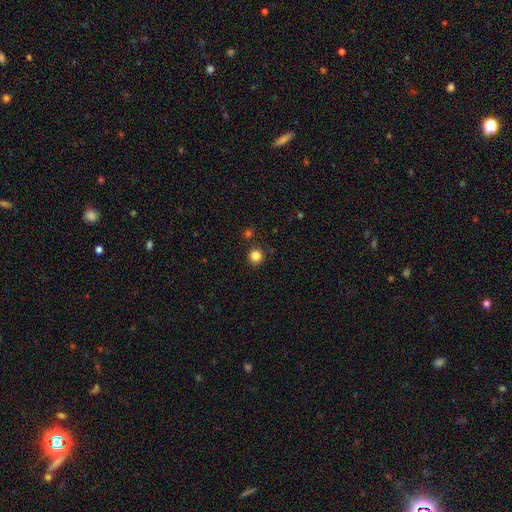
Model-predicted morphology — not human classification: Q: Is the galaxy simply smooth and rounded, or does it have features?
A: smooth — 85%.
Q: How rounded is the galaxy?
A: round — 93%.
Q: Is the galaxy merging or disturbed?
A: none — 88%.